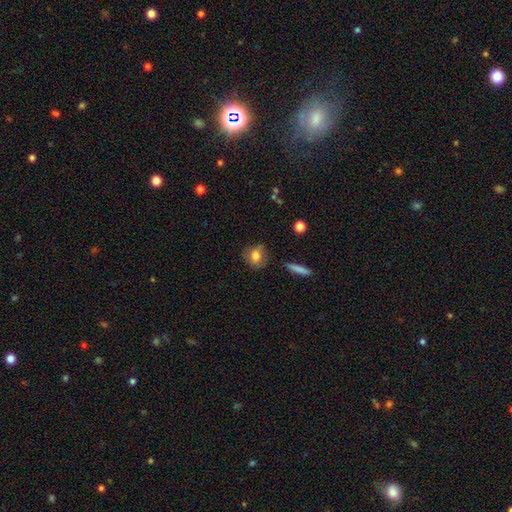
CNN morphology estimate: Smooth or featured: smooth — 75% (featured or disk — 16%)
How rounded: round — 60% (in between — 37%)
Merging: none — 73% (minor disturbance — 19%)